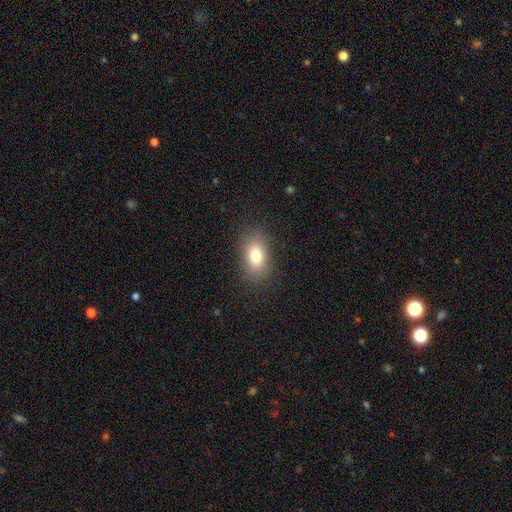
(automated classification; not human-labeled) Smooth or featured? smooth (79%)
How rounded? in between (85%)
Merging? none (86%)